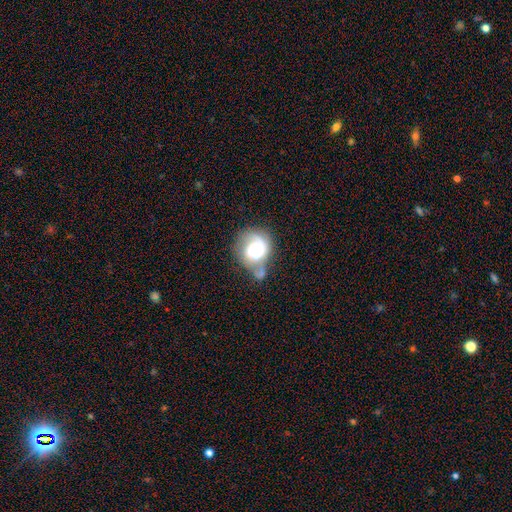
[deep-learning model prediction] This is possibly a featured or disk galaxy (57%). It is clearly not viewed edge-on (97%). Bar: likely no (67%). Spiral arm pattern: likely yes (72%). Central bulge: possibly moderate (48%). Merging: marginally none (30%).